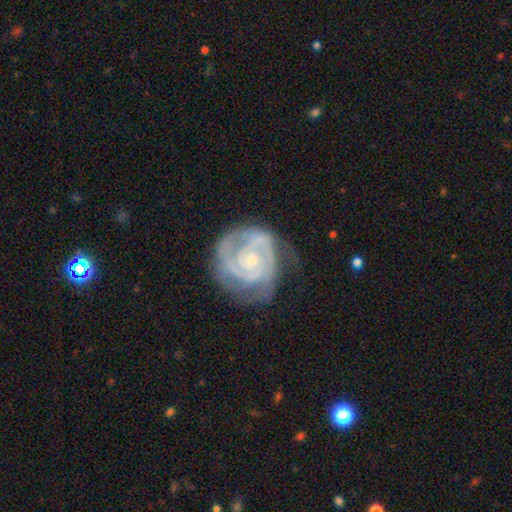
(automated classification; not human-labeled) Smooth or featured: featured or disk — 82% (smooth — 11%)
Edge-on disk: no — 98% (yes — 2%)
Bar: no — 72% (weak — 22%)
Spiral arms: yes — 93% (no — 7%)
Spiral winding: tight — 70% (medium — 25%)
Spiral arm count: 2 — 30% (can't tell — 28%)
Bulge size: small — 68% (moderate — 27%)
Merging: none — 67% (minor disturbance — 21%)